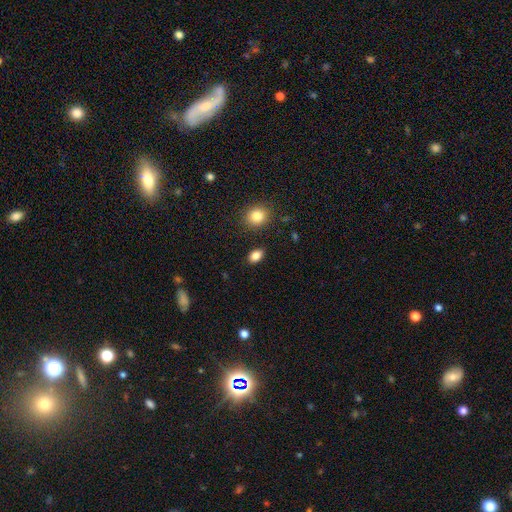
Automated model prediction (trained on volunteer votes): This is clearly a smooth galaxy (86%). How rounded: likely in between (79%). Merging: clearly none (87%).